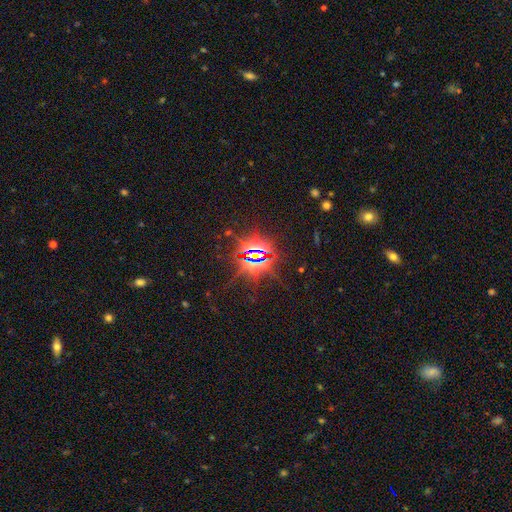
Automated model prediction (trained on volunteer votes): Q: Smooth or featured?
A: star or artifact (84%); runner-up: featured or disk (8%)